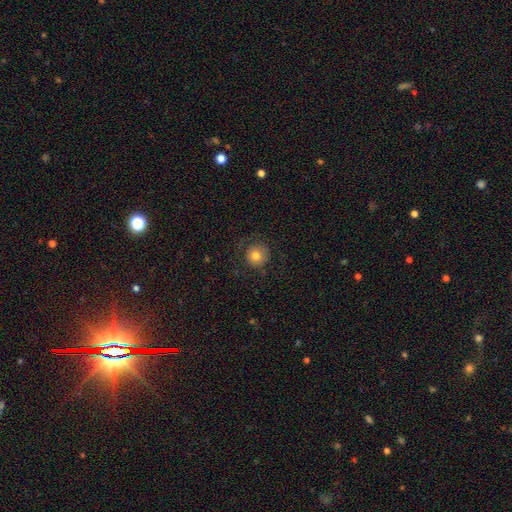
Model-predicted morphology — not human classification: Smooth or featured: smooth — 76% (featured or disk — 14%)
How rounded: round — 94% (in between — 5%)
Merging: none — 76% (minor disturbance — 13%)